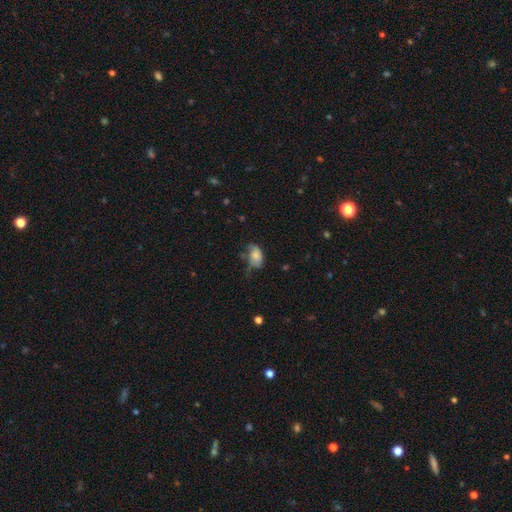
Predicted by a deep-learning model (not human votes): The model was most divided on "merging": none: 40%, minor disturbance: 37%, major disturbance: 19%, merger: 4%. More confident: how rounded — in between (90%); smooth or featured — smooth (77%).